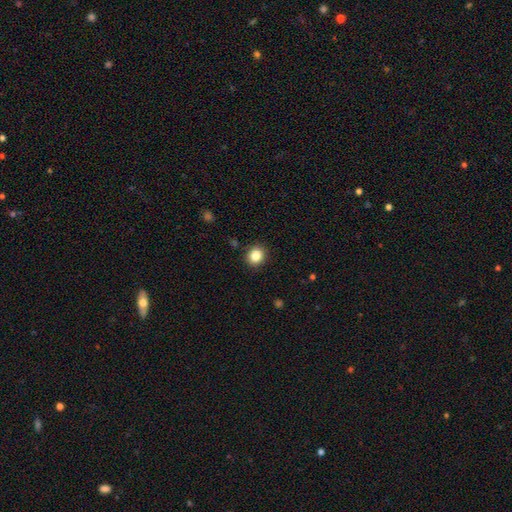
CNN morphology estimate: smooth 85%, star or artifact 10%, featured or disk 5%. Down the decision tree: how rounded — round (76%); merging — none (90%).